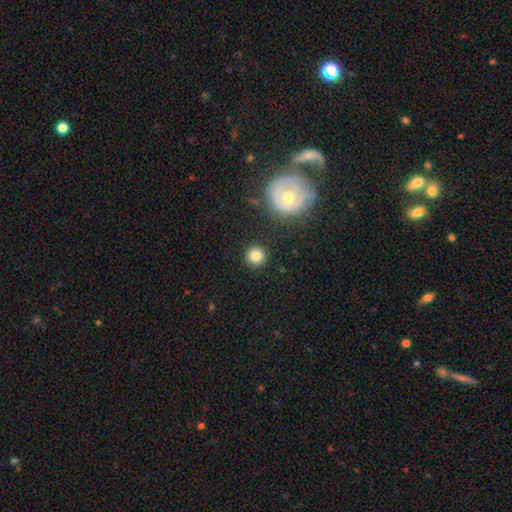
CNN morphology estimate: A smooth galaxy with no disk features (83%) that is round (94%). Merging: none (90%).